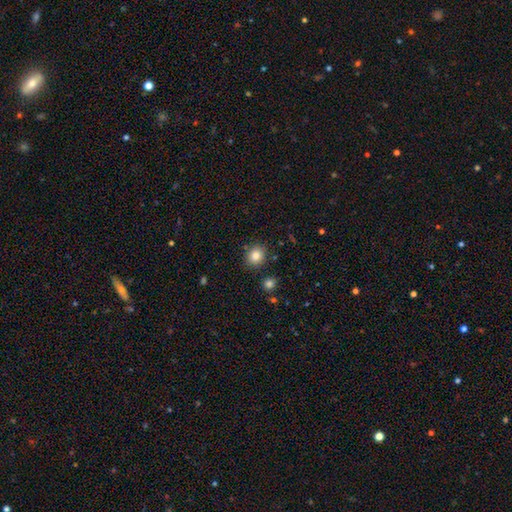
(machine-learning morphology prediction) Smooth or featured? Predicted: smooth (p=0.84). How rounded? Predicted: round (p=0.76). Merging? Predicted: none (p=0.85).